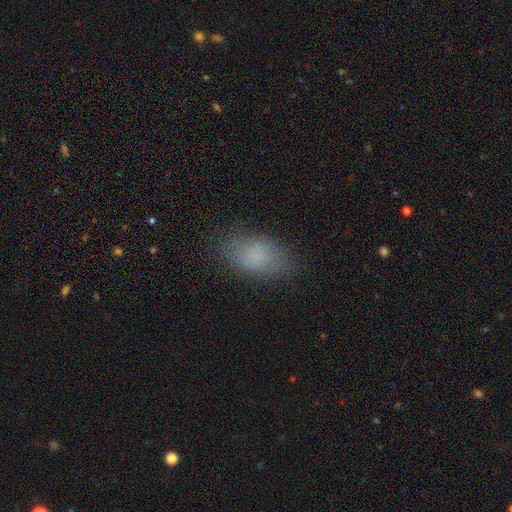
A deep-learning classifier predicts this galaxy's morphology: Overall: smooth (82%). How rounded: in between (90%). Merging: none (78%).